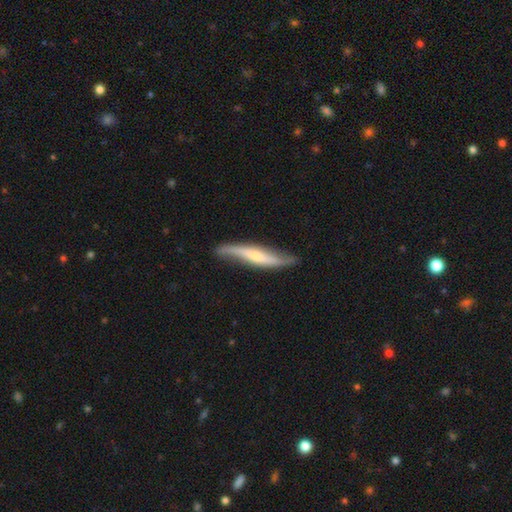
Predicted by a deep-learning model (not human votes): A featured or disk galaxy (68%) viewed edge-on (54%).

Vote fractions:
- Smooth or featured? featured or disk: 68% / smooth: 27% / star or artifact: 5%
- Edge-on disk? yes: 54% / no: 46%
- Merging? none: 71% / minor disturbance: 21% / major disturbance: 6% / merger: 2%